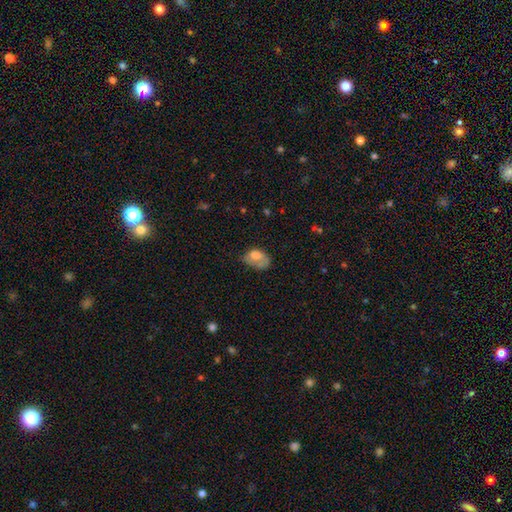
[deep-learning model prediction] A smooth galaxy with no disk features (67%) that is in between round and cigar-shaped (84%). Merging: major disturbance (34%).